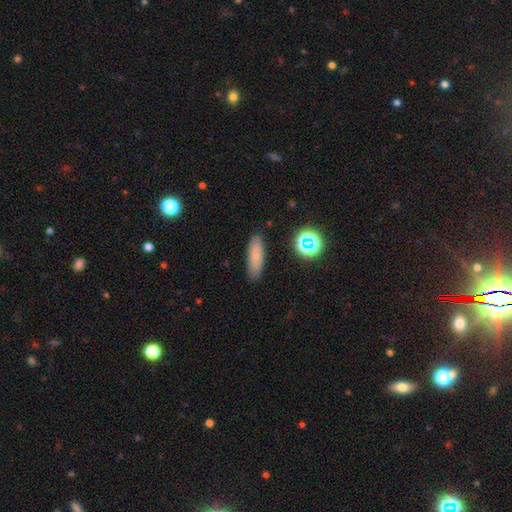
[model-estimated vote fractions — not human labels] The model was most divided on "how rounded": cigar-shaped: 50%, in between: 47%, round: 3%. More confident: merging — none (86%); smooth or featured — smooth (77%).